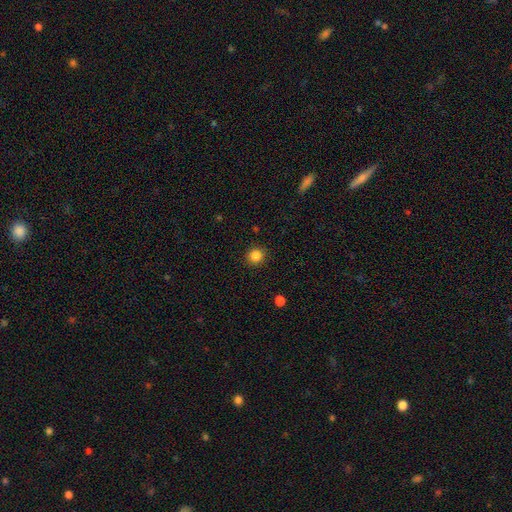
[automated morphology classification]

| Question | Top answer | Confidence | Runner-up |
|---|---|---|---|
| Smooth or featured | smooth | 85% | star or artifact (11%) |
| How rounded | round | 91% | in between (8%) |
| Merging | none | 91% | minor disturbance (6%) |